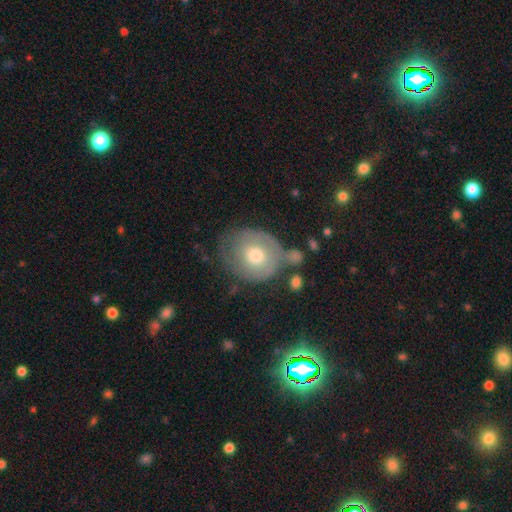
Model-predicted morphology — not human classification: featured or disk 55%, smooth 37%, star or artifact 8%. Down the decision tree: edge-on disk — no (96%); bar — no (82%); spiral arms — yes (69%); bulge size — moderate (71%); merging — none (53%).